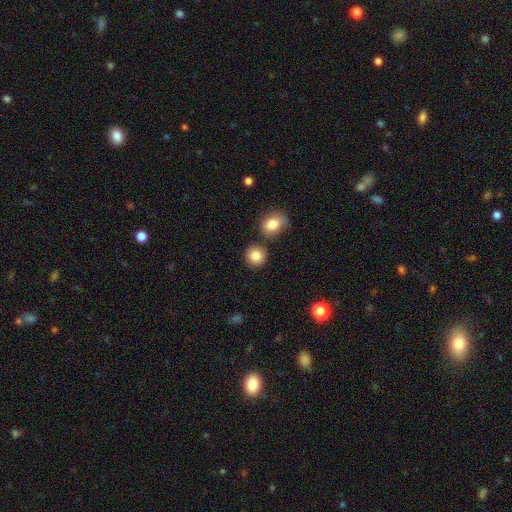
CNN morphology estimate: Smooth or featured? smooth (85%)
How rounded? round (89%)
Merging? none (81%)